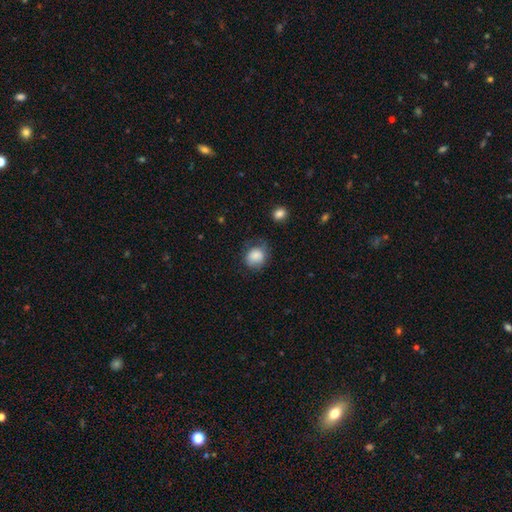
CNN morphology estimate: Smooth or featured?
  - smooth: 84% *
  - featured or disk: 8%
  - star or artifact: 8%
How rounded?
  - round: 73% *
  - in between: 26%
  - cigar-shaped: 1%
Merging?
  - none: 59% *
  - minor disturbance: 27%
  - major disturbance: 12%
  - merger: 2%